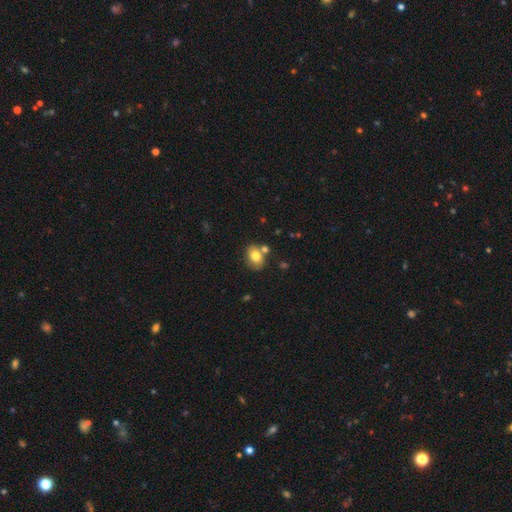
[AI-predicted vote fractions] Smooth or featured?
  - smooth: 78% *
  - featured or disk: 12%
  - star or artifact: 9%
How rounded?
  - in between: 67% *
  - round: 32%
  - cigar-shaped: 1%
Merging?
  - none: 67% *
  - merger: 16%
  - minor disturbance: 13%
  - major disturbance: 3%